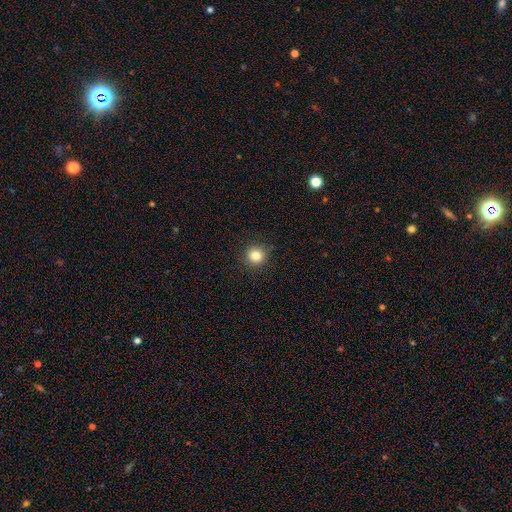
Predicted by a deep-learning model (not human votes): Smooth or featured? Predicted: smooth (p=0.82). How rounded? Predicted: round (p=0.94). Merging? Predicted: none (p=0.90).